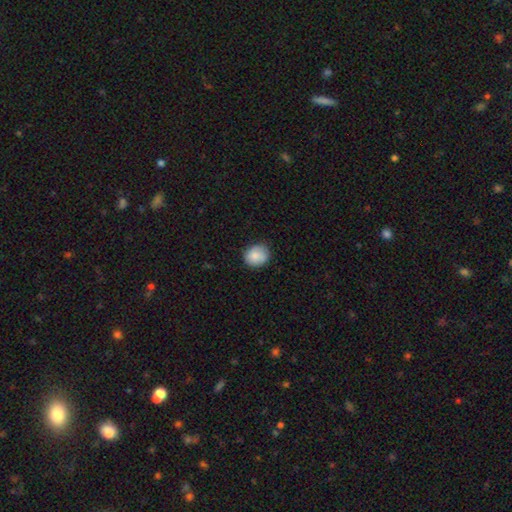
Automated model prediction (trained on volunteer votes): Smooth or featured?
  - smooth: 85% *
  - featured or disk: 8%
  - star or artifact: 7%
How rounded?
  - round: 74% *
  - in between: 25%
  - cigar-shaped: 1%
Merging?
  - none: 81% *
  - minor disturbance: 15%
  - major disturbance: 3%
  - merger: 1%